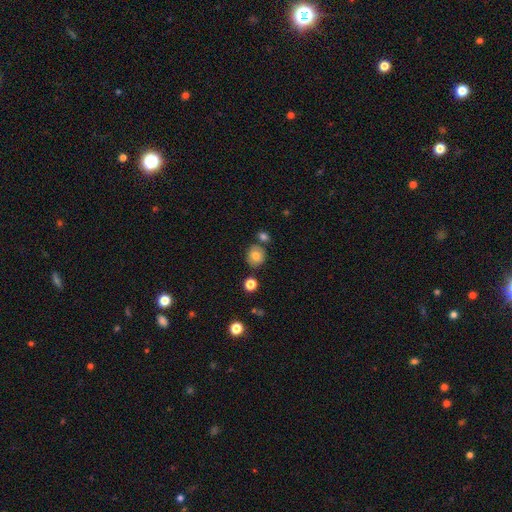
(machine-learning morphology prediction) smooth 77%, featured or disk 12%, star or artifact 11%. Down the decision tree: how rounded — round (81%); merging — none (74%).